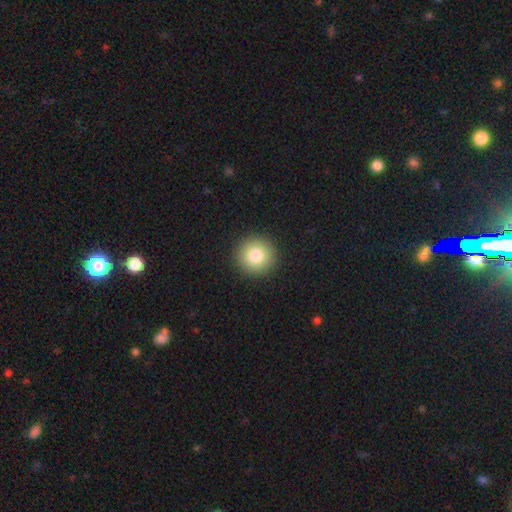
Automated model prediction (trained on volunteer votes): Smooth or featured? smooth (82%)
How rounded? round (95%)
Merging? none (93%)